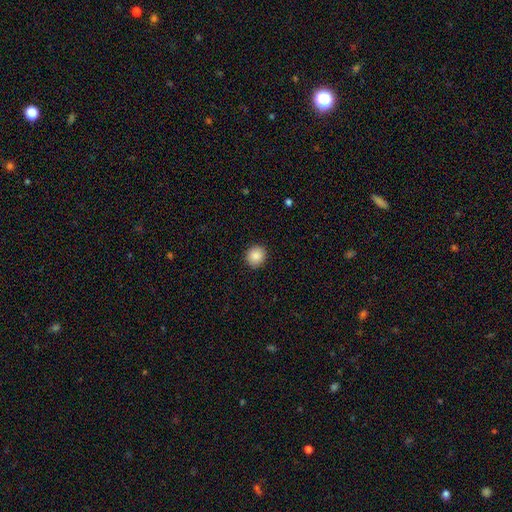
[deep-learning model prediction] This appears to be a smooth galaxy with no disk features (88%) that is round (88%). Merging: none (91%).